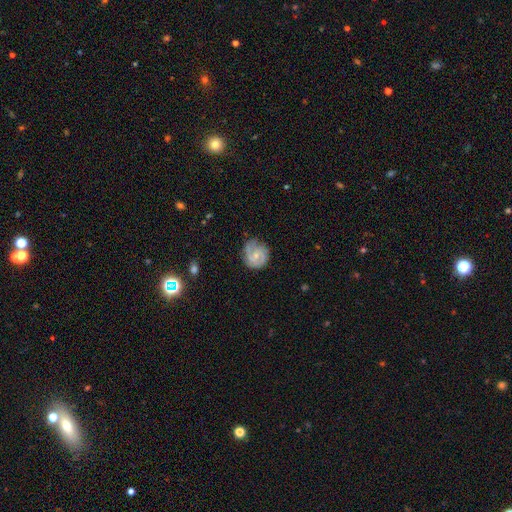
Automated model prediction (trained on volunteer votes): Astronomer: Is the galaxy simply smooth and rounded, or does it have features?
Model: featured or disk — 66%.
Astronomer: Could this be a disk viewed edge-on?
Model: no — 98%.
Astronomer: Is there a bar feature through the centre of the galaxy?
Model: no — 57% (runner-up: weak, 37%).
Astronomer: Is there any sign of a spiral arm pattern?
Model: yes — 92%.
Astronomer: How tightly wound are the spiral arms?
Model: tight — 44% (runner-up: medium, 41%).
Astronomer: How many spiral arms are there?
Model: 2 — 53%.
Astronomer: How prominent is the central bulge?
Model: small — 63%.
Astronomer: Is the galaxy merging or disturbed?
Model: none — 67%.